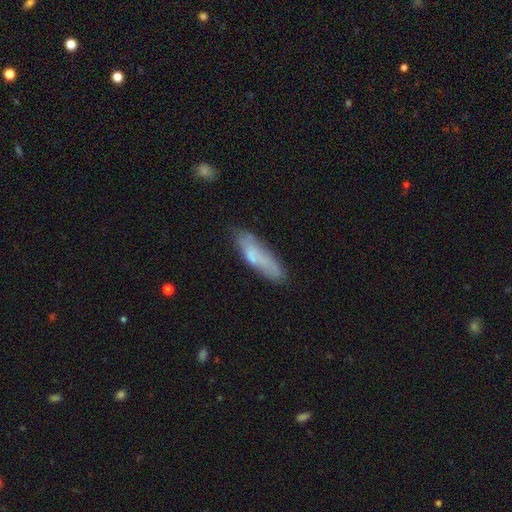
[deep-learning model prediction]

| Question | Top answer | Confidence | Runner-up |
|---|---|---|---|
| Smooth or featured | smooth | 66% | featured or disk (27%) |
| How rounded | cigar-shaped | 60% | in between (39%) |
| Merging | none | 64% | minor disturbance (24%) |